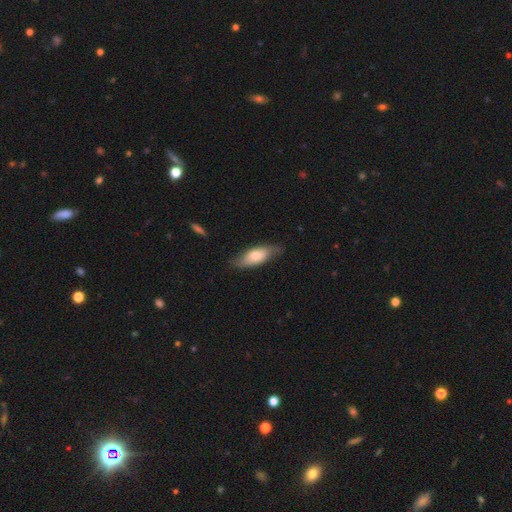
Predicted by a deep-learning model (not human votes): Overall: smooth (66%; featured or disk 28%). How rounded: in between (72%). Merging: none (75%).